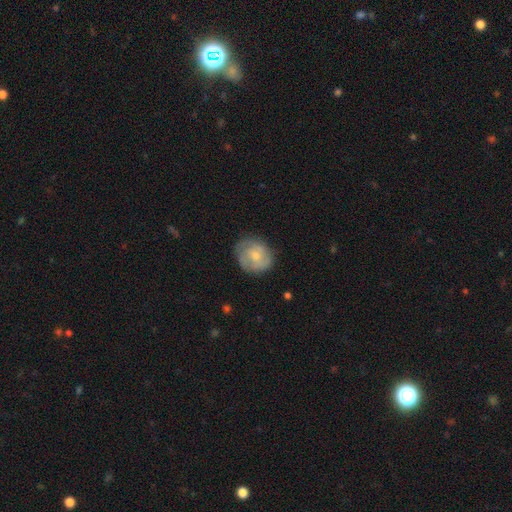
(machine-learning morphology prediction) Smooth or featured? smooth (50%)
How rounded? round (74%)
Merging? none (71%)